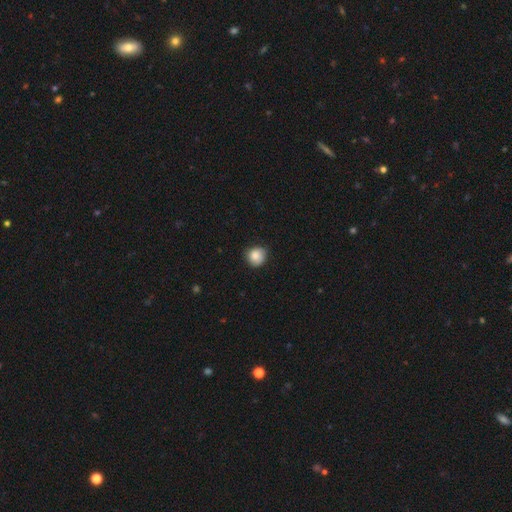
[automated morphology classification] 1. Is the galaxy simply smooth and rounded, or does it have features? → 82% smooth, 9% featured or disk, 8% star or artifact.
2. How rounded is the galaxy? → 87% round, 12% in between, 1% cigar-shaped.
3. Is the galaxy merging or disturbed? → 74% none, 21% minor disturbance, 3% major disturbance, 1% merger.